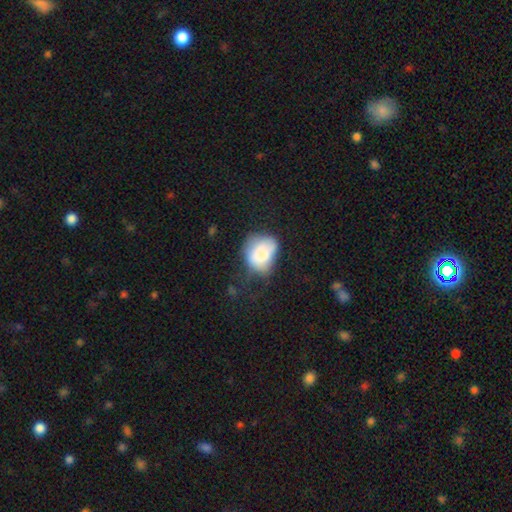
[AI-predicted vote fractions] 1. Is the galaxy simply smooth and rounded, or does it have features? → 72% smooth, 19% featured or disk, 9% star or artifact.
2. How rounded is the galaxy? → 59% in between, 40% round, 1% cigar-shaped.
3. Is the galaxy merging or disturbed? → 34% minor disturbance (tied), 34% none (tied), 25% major disturbance, 7% merger.